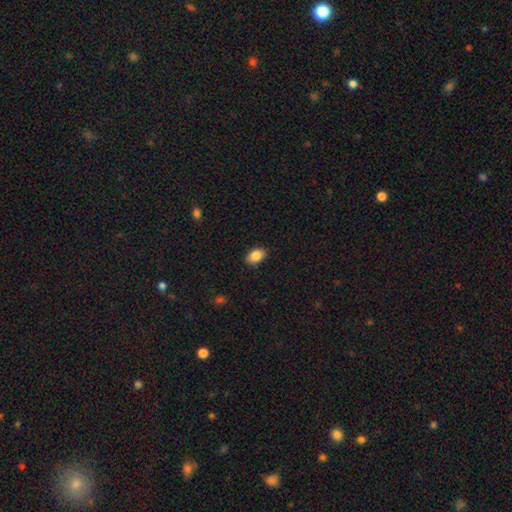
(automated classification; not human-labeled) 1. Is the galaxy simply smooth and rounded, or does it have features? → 87% smooth, 8% star or artifact, 5% featured or disk.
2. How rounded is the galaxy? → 86% in between, 13% round, 1% cigar-shaped.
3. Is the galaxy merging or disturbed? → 88% none, 9% minor disturbance, 2% major disturbance, 1% merger.